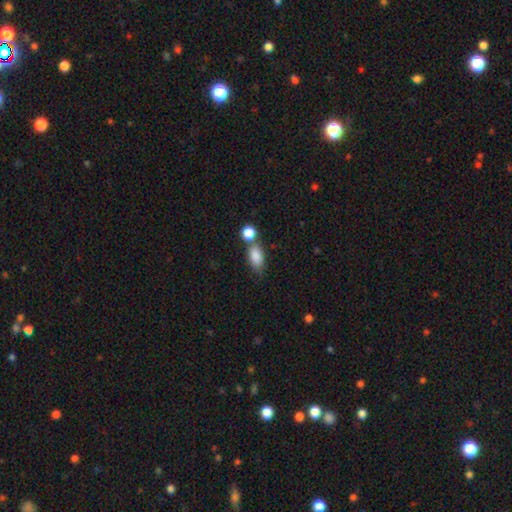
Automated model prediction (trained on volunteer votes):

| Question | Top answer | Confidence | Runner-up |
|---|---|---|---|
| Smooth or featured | smooth | 85% | star or artifact (8%) |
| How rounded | in between | 85% | round (10%) |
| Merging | none | 47% | merger (33%) |